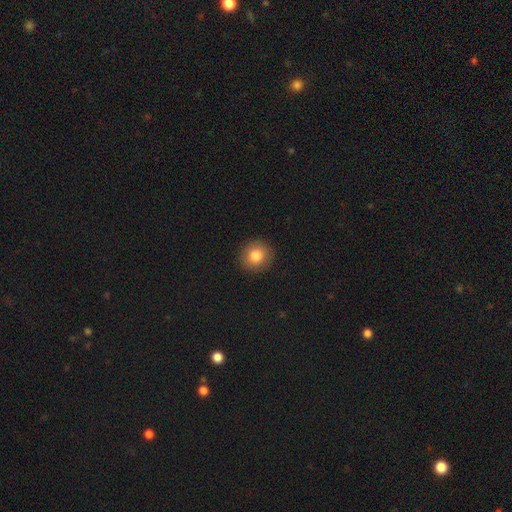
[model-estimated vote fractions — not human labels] A smooth galaxy with no disk features (83%) that is round (87%).

Vote fractions:
- Smooth or featured? smooth: 83% / star or artifact: 9% / featured or disk: 8%
- How rounded? round: 87% / in between: 12% / cigar-shaped: 1%
- Merging? none: 91% / minor disturbance: 6% / major disturbance: 2% / merger: 1%